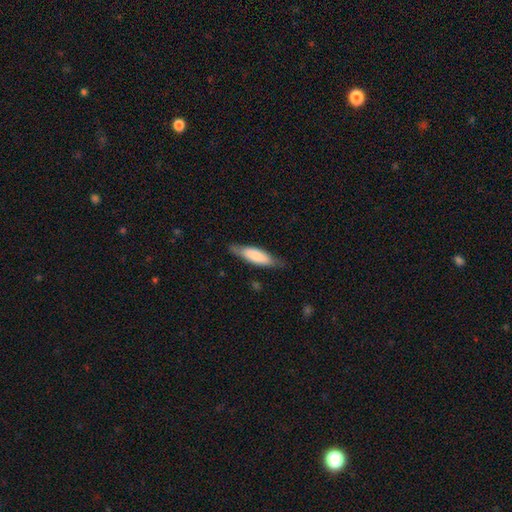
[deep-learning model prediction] A smooth galaxy with no disk features (74%) that is cigar-shaped (54%). Merging: none (75%).